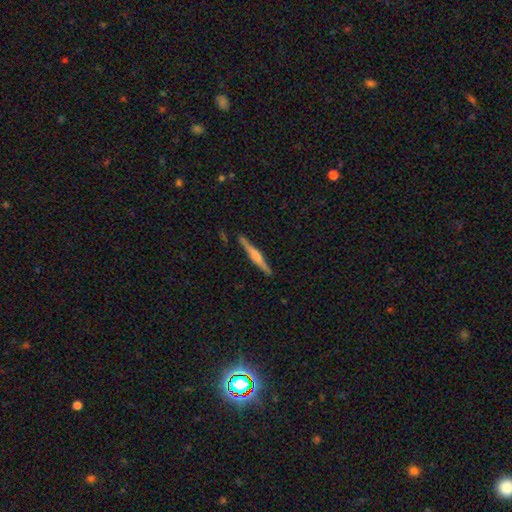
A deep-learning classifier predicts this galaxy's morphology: The model was most divided on "edge-on bulge": rounded: 49%, boxy: 33%, none: 19%. More confident: edge-on disk — yes (98%); merging — none (87%); smooth or featured — featured or disk (59%).